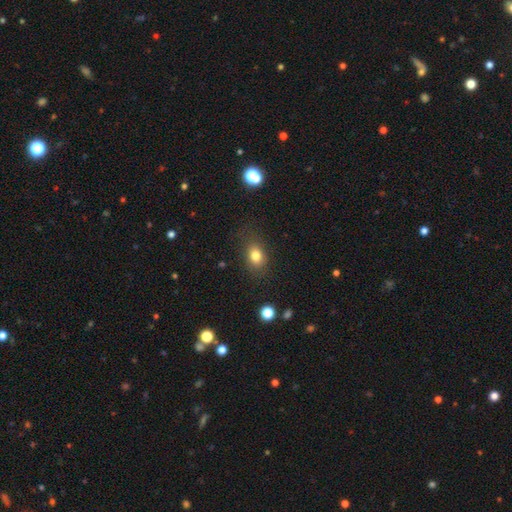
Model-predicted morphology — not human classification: This is likely a smooth galaxy (80%). How rounded: likely in between (62%). Merging: likely none (78%).